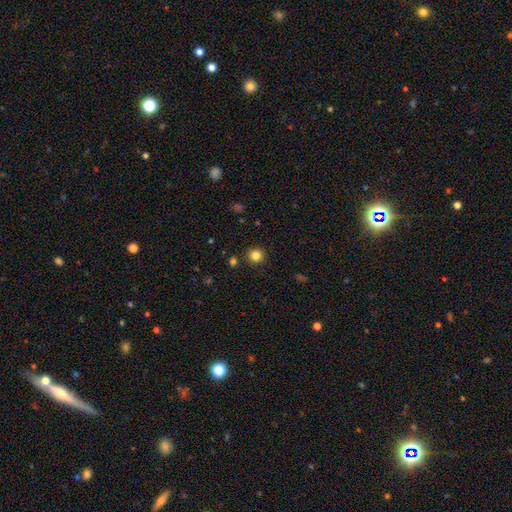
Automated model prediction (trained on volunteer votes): Smooth or featured: smooth — 83% (star or artifact — 13%)
How rounded: round — 93% (in between — 6%)
Merging: none — 91% (minor disturbance — 5%)